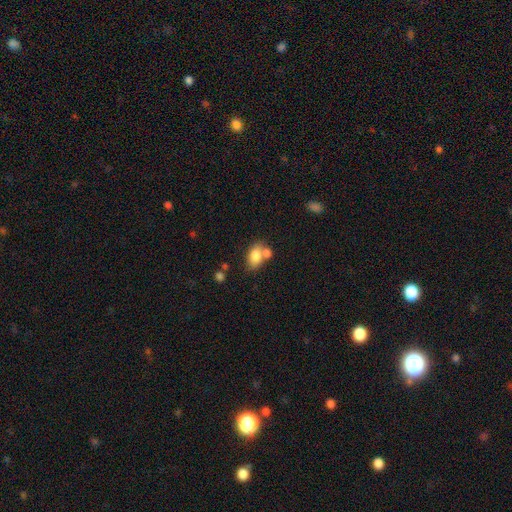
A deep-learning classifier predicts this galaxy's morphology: smooth_or_featured: smooth (p=0.80) [alt: featured or disk p=0.12]
how_rounded: in between (p=0.85) [alt: round p=0.13]
merging: none (p=0.43) [alt: merger p=0.38]